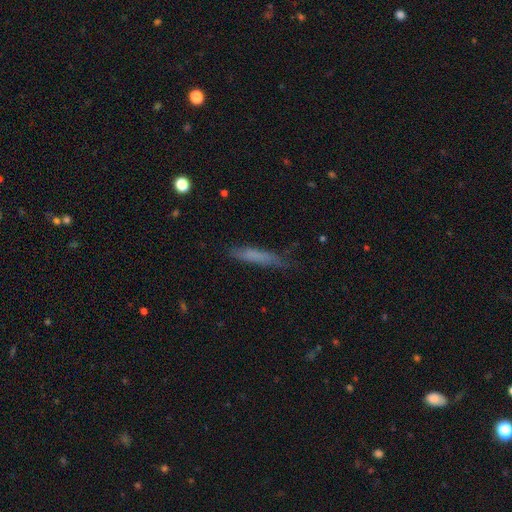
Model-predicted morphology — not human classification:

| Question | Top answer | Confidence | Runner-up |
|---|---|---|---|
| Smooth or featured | smooth | 68% | featured or disk (23%) |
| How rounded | cigar-shaped | 89% | in between (9%) |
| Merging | none | 69% | minor disturbance (22%) |